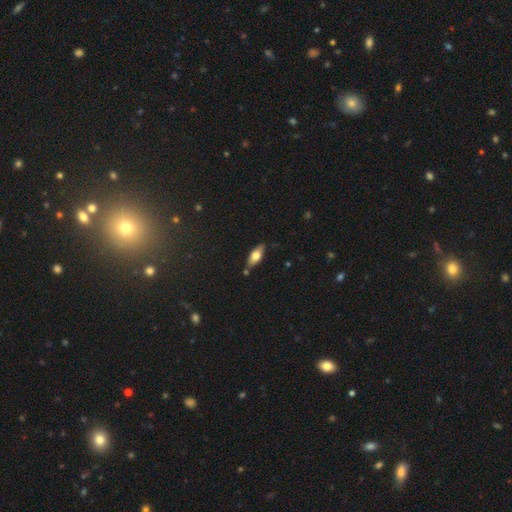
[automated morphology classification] Smooth or featured? Predicted: smooth (p=0.63). How rounded? Predicted: in between (p=0.73). Merging? Predicted: none (p=0.79).